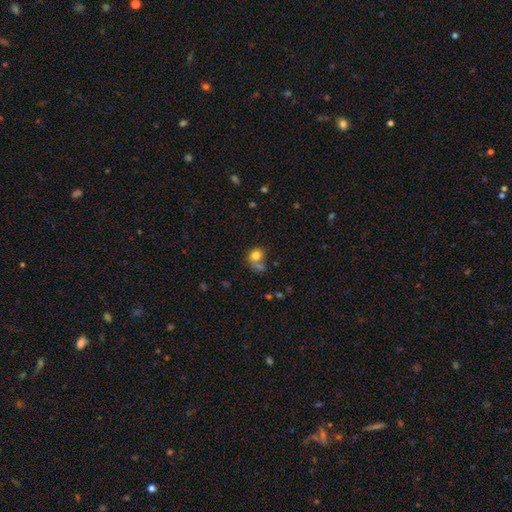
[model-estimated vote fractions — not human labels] Smooth or featured? Predicted: smooth (p=0.78). How rounded? Predicted: round (p=0.76). Merging? Predicted: none (p=0.46).